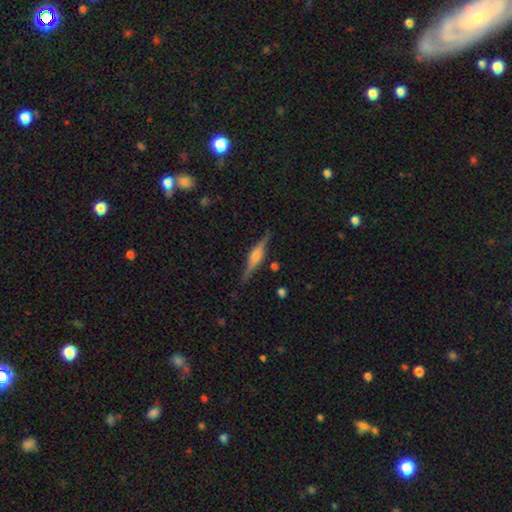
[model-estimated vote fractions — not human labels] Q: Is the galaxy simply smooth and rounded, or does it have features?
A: featured or disk — 75%.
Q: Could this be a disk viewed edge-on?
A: yes — 98%.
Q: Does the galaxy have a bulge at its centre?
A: rounded — 71%.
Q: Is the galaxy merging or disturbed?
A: none — 88%.